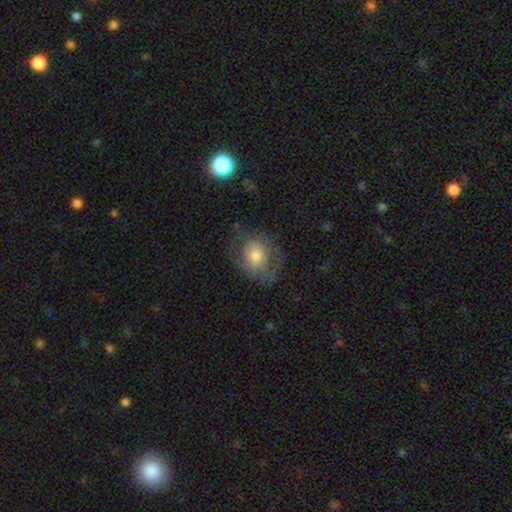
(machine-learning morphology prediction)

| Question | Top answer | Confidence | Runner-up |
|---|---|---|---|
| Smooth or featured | smooth | 50% | featured or disk (42%) |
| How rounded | round | 55% | in between (44%) |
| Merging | none | 54% | minor disturbance (23%) |